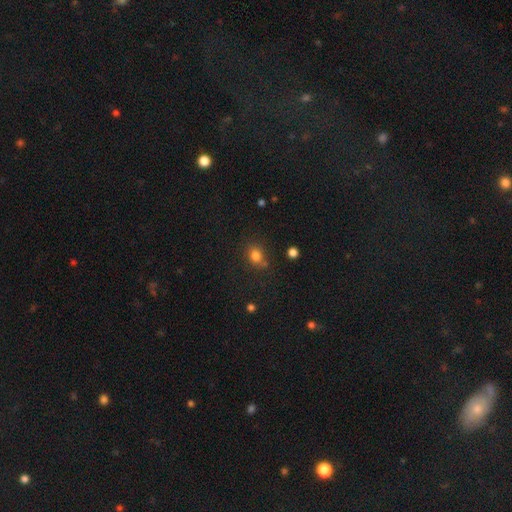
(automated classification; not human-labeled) Morphology: type=smooth (80%); roundness=round (63%); merging=none (69%).